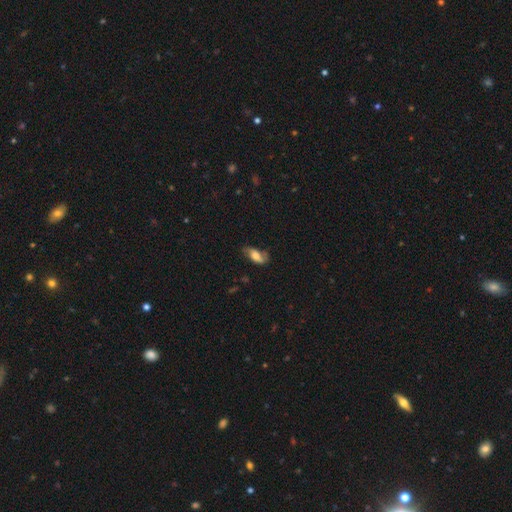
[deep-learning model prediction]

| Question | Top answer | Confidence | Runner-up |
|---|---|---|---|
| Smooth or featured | smooth | 55% | featured or disk (37%) |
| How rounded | in between | 85% | cigar-shaped (11%) |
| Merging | none | 53% | minor disturbance (30%) |